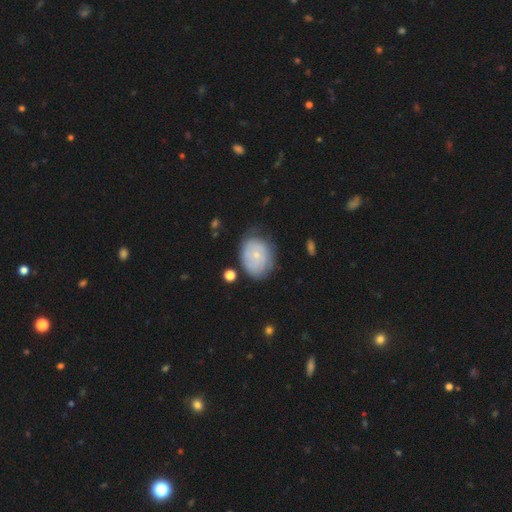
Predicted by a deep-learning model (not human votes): This appears to be a featured or disk galaxy (50%). Merging: none (63%).